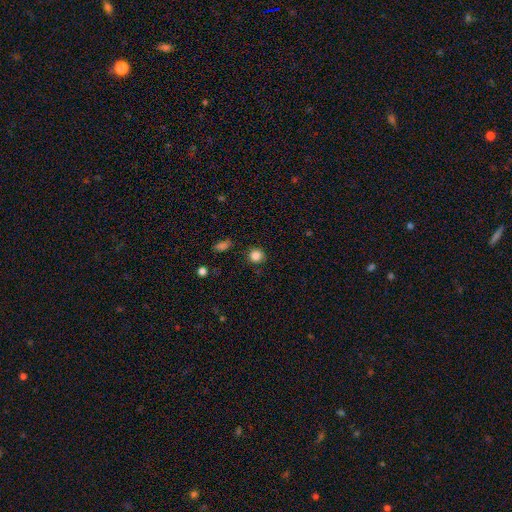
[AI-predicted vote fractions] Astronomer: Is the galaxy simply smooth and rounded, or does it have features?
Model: smooth — 85%.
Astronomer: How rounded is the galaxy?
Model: round — 91%.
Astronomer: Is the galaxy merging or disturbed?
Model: none — 88%.